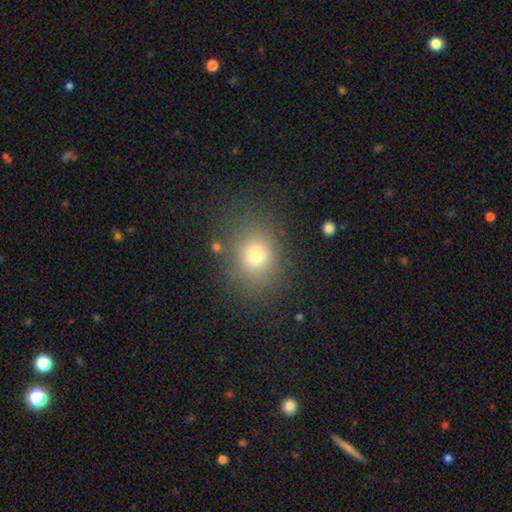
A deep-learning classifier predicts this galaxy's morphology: Smooth or featured?
  - smooth: 71% *
  - star or artifact: 17%
  - featured or disk: 12%
How rounded?
  - round: 57% *
  - in between: 42%
  - cigar-shaped: 1%
Merging?
  - none: 79% *
  - minor disturbance: 12%
  - major disturbance: 6%
  - merger: 3%